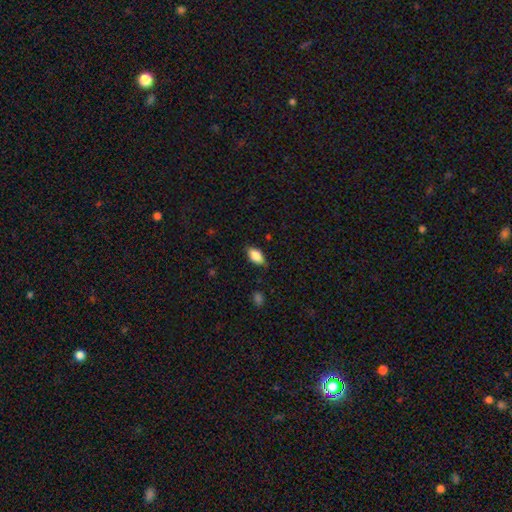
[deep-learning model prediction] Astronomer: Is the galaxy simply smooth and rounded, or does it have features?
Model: smooth — 83%.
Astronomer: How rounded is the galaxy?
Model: in between — 90%.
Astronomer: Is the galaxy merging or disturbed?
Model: none — 81%.